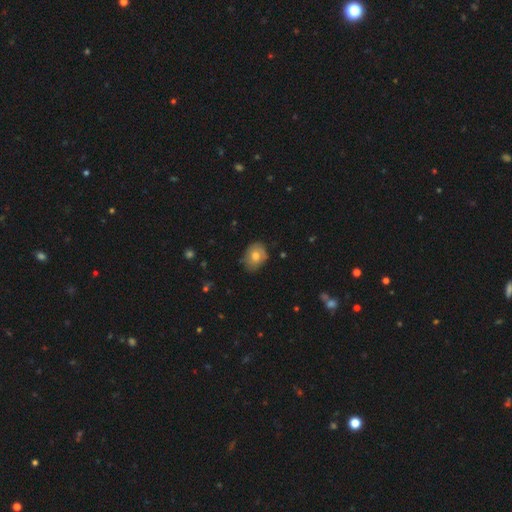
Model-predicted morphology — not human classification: A smooth galaxy with no disk features (71%) that is in between round and cigar-shaped (52%).

Vote fractions:
- Smooth or featured? smooth: 71% / featured or disk: 21% / star or artifact: 8%
- How rounded? in between: 52% / round: 47% / cigar-shaped: 1%
- Merging? none: 70% / minor disturbance: 24% / major disturbance: 5% / merger: 1%